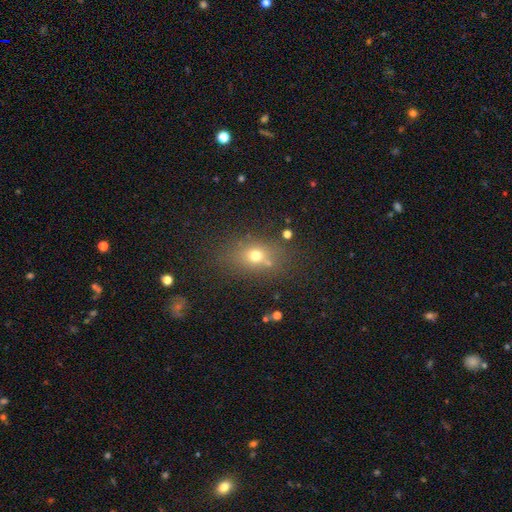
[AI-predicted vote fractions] Smooth or featured?
  - smooth: 67% *
  - star or artifact: 19%
  - featured or disk: 14%
How rounded?
  - in between: 54% *
  - round: 43%
  - cigar-shaped: 3%
Merging?
  - none: 72% *
  - minor disturbance: 14%
  - merger: 8%
  - major disturbance: 6%